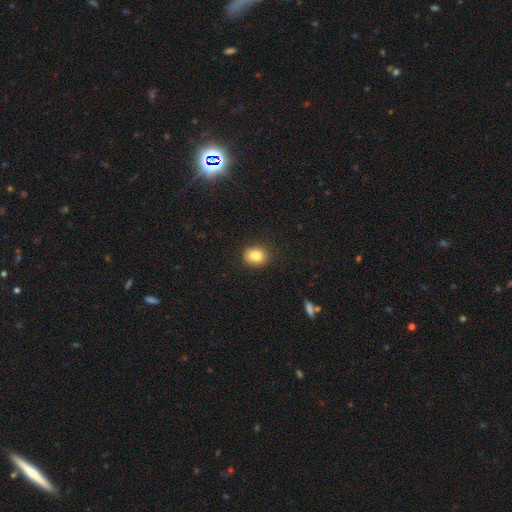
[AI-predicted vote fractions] Overall: smooth (82%). How rounded: round (57%; in between 42%). Merging: none (83%).